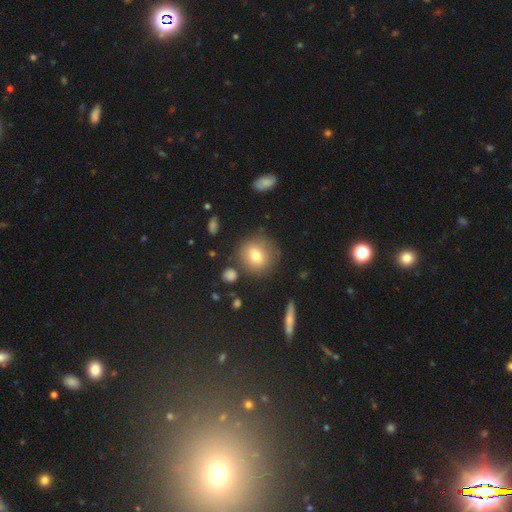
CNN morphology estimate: type=smooth (75%); roundness=round (89%); merging=none (81%).